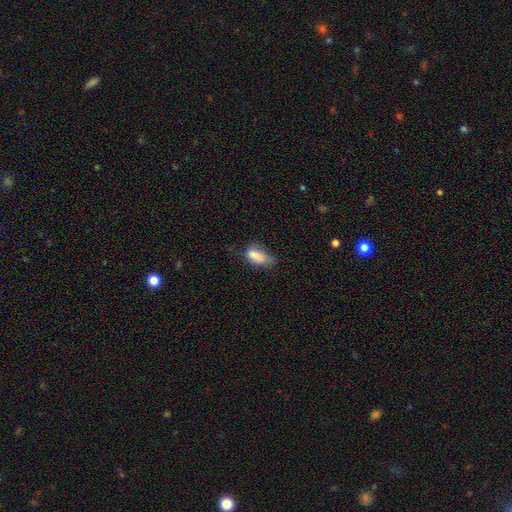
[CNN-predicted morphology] A smooth galaxy with no disk features (78%) that is in between round and cigar-shaped (87%). Merging: minor disturbance (39%).